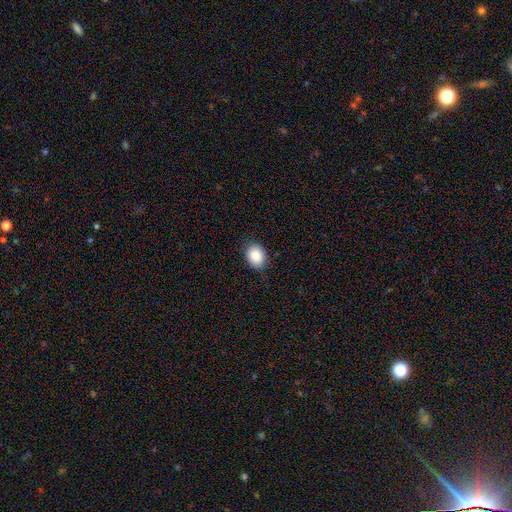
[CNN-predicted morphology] Smooth or featured?
  - smooth: 87% *
  - star or artifact: 8%
  - featured or disk: 5%
How rounded?
  - in between: 56% *
  - round: 43%
  - cigar-shaped: 1%
Merging?
  - none: 85% *
  - minor disturbance: 12%
  - major disturbance: 2%
  - merger: 1%